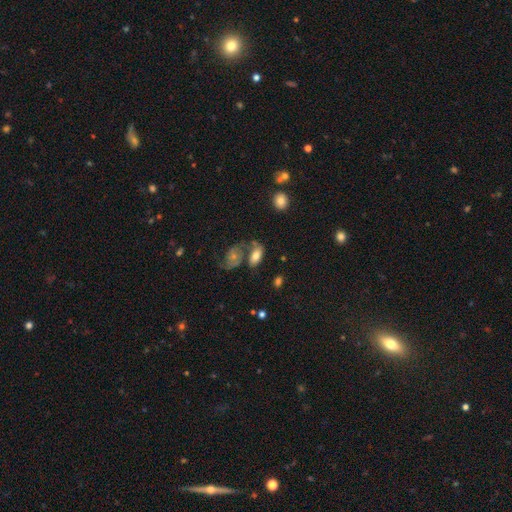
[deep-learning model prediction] Smooth or featured: smooth — 66% (featured or disk — 24%)
How rounded: in between — 89% (round — 6%)
Merging: none — 45% (merger — 28%)